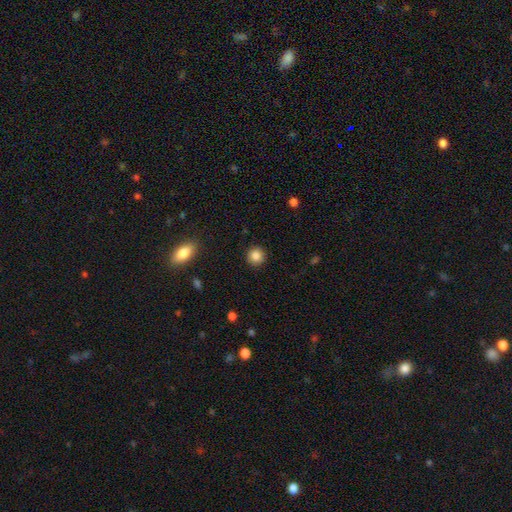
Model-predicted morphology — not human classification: smooth_or_featured: smooth (p=0.85) [alt: star or artifact p=0.10]
how_rounded: round (p=0.93) [alt: in between p=0.06]
merging: none (p=0.91) [alt: minor disturbance p=0.06]